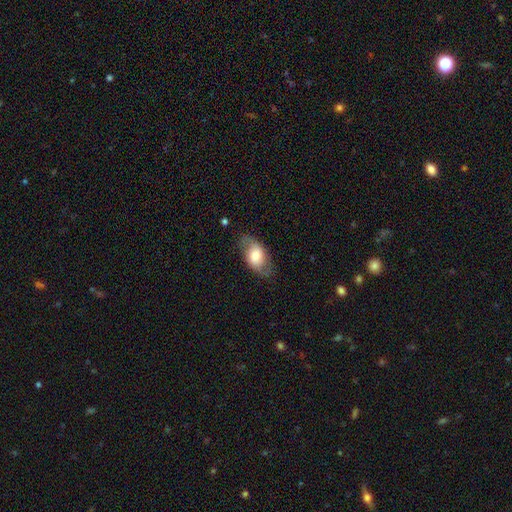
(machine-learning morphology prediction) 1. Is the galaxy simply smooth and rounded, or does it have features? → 60% smooth, 33% featured or disk, 7% star or artifact.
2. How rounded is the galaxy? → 87% in between, 11% round, 2% cigar-shaped.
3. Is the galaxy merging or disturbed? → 74% none, 18% minor disturbance, 7% major disturbance, 1% merger.